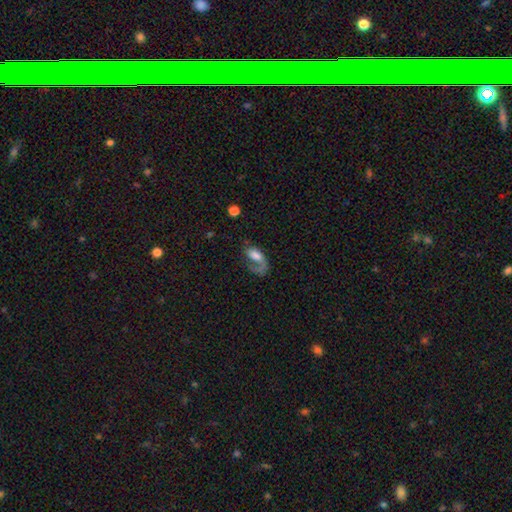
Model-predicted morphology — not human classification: This appears to be a featured or disk galaxy (56%) with no bar (63%), spiral arms (80%) and a moderate central bulge (35%). Merging: major disturbance (47%).